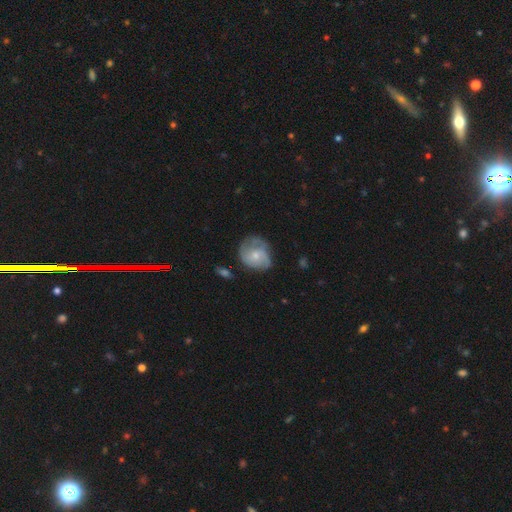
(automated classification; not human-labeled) smooth_or_featured: featured or disk (p=0.65) [alt: smooth p=0.29]
disk_edge_on: no (p=0.98) [alt: yes p=0.02]
bar: no (p=0.75) [alt: weak p=0.22]
has_spiral_arms: yes (p=0.87) [alt: no p=0.13]
spiral_winding: medium (p=0.43) [alt: tight p=0.38]
spiral_arm_count: 2 (p=0.34) [alt: 3 p=0.28]
bulge_size: small (p=0.59) [alt: moderate p=0.35]
merging: none (p=0.60) [alt: minor disturbance p=0.26]